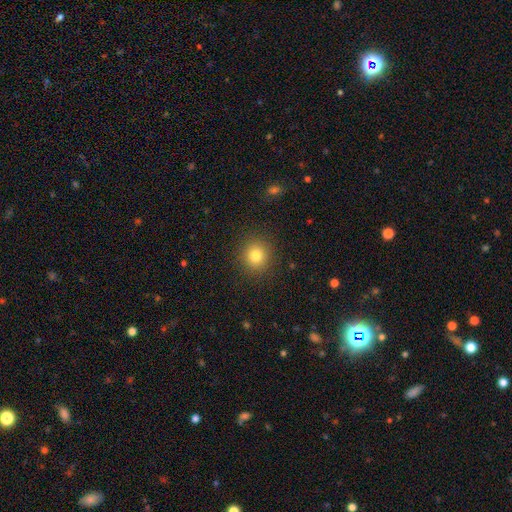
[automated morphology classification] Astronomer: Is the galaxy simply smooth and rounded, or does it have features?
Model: smooth — 80%.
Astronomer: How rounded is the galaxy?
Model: round — 89%.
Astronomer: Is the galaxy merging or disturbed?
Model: none — 90%.